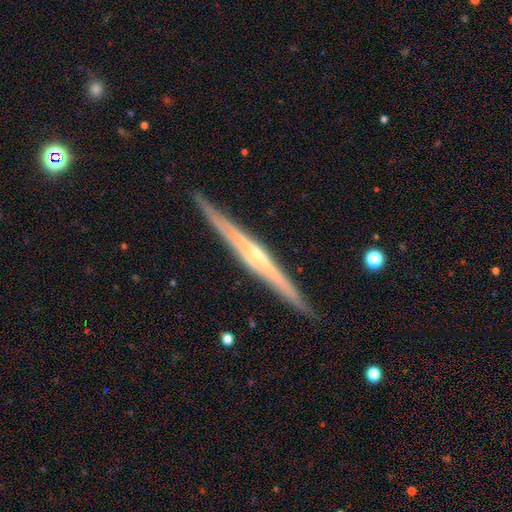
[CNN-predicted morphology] smooth_or_featured: featured or disk (p=0.80) [alt: smooth p=0.15]
disk_edge_on: yes (p=0.98) [alt: no p=0.02]
edge_on_bulge: rounded (p=0.55) [alt: none p=0.36]
merging: none (p=0.90) [alt: minor disturbance p=0.07]